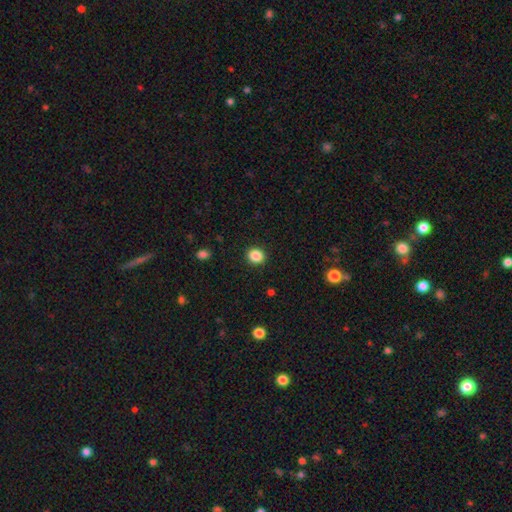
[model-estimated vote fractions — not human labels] smooth_or_featured: smooth (p=0.86) [alt: star or artifact p=0.10]
how_rounded: round (p=0.77) [alt: in between p=0.22]
merging: none (p=0.91) [alt: minor disturbance p=0.06]